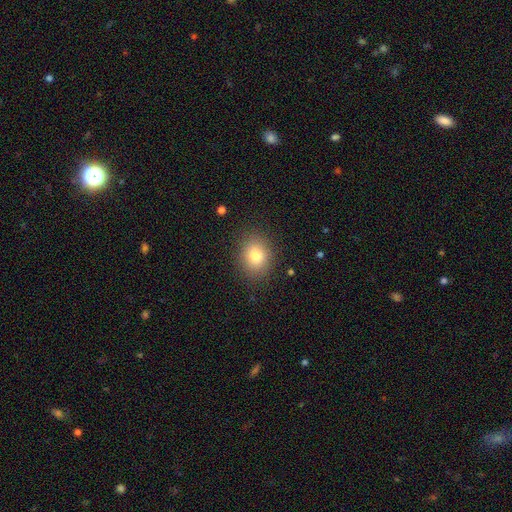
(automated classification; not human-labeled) Overall: smooth (80%). How rounded: round (56%; in between 43%). Merging: none (86%).